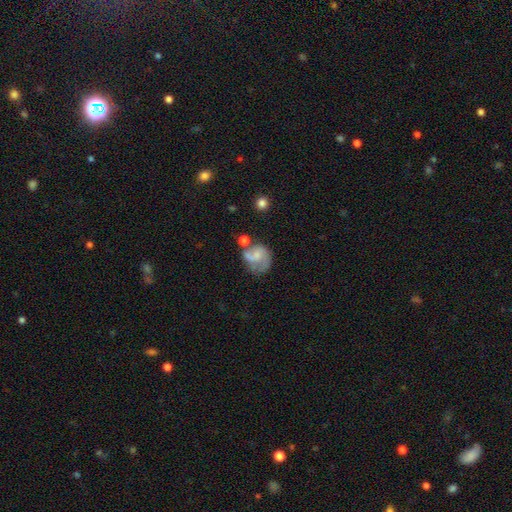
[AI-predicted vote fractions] This appears to be a featured or disk galaxy (56%) with no bar (67%), spiral arms (77%) and a small central bulge (41%). Merging: none (36%).